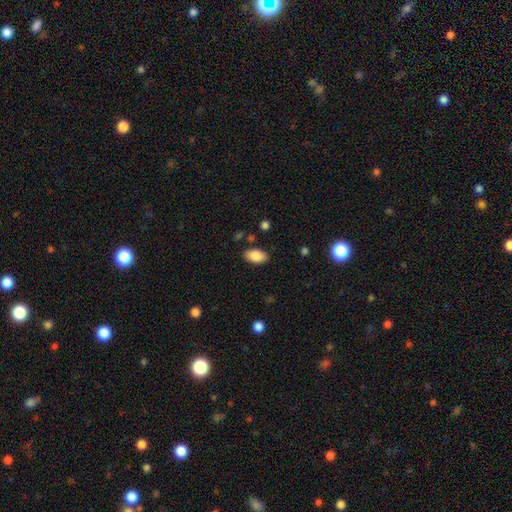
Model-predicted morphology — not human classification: Q: Smooth or featured?
A: smooth (86%); runner-up: star or artifact (7%)
Q: How rounded?
A: in between (94%); runner-up: round (5%)
Q: Merging?
A: none (85%); runner-up: minor disturbance (10%)